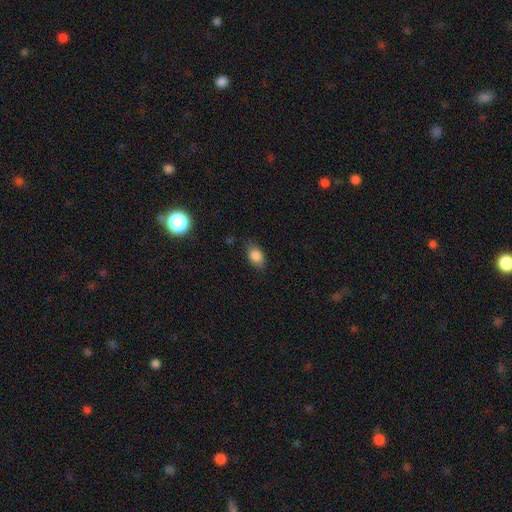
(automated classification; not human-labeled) A smooth galaxy with no disk features (85%) that is in between round and cigar-shaped (79%). Merging: none (77%).